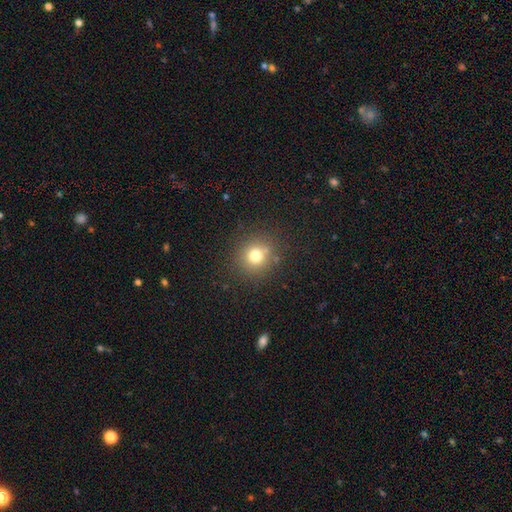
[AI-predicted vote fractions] Smooth or featured? Predicted: smooth (p=0.75). How rounded? Predicted: round (p=0.89). Merging? Predicted: none (p=0.83).